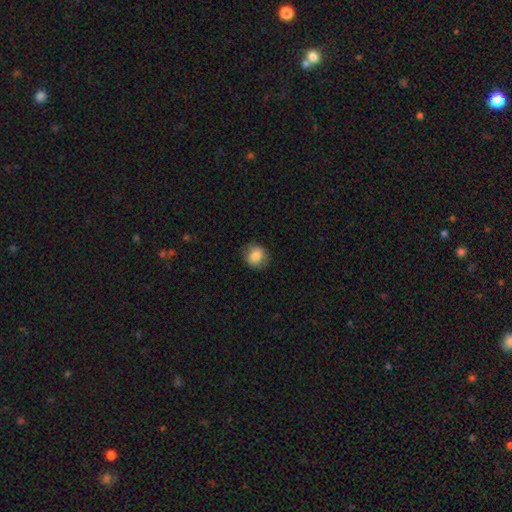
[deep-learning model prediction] Smooth or featured? Predicted: smooth (p=0.82). How rounded? Predicted: round (p=0.78). Merging? Predicted: none (p=0.82).